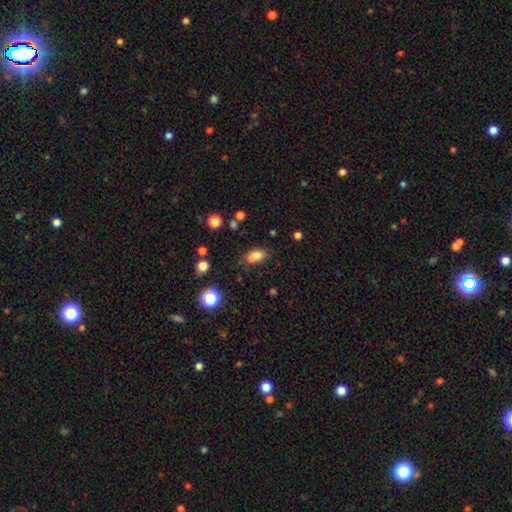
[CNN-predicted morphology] The model was most divided on "merging": none: 70%, minor disturbance: 21%, major disturbance: 5%, merger: 4%. More confident: how rounded — in between (87%); smooth or featured — smooth (80%).